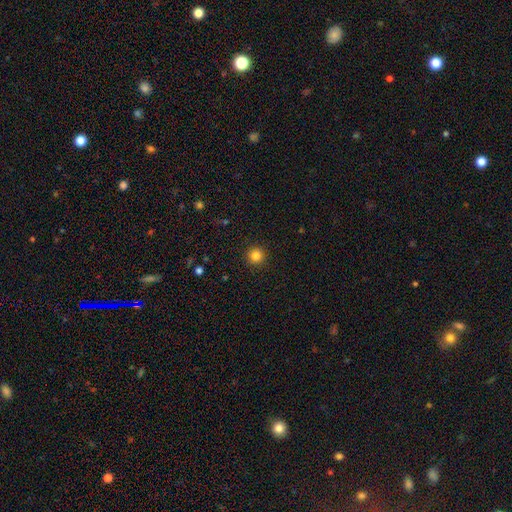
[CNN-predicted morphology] Smooth or featured? Predicted: smooth (p=0.83). How rounded? Predicted: round (p=0.95). Merging? Predicted: none (p=0.93).